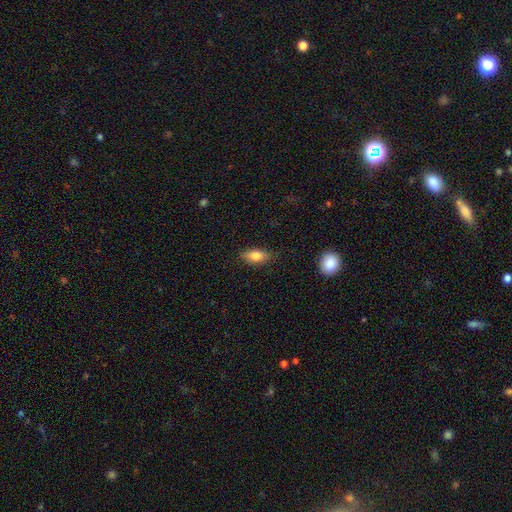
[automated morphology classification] A smooth galaxy with no disk features (81%) that is in between round and cigar-shaped (85%).

Vote fractions:
- Smooth or featured? smooth: 81% / featured or disk: 12% / star or artifact: 8%
- How rounded? in between: 85% / cigar-shaped: 11% / round: 4%
- Merging? none: 82% / minor disturbance: 14% / major disturbance: 3% / merger: 1%